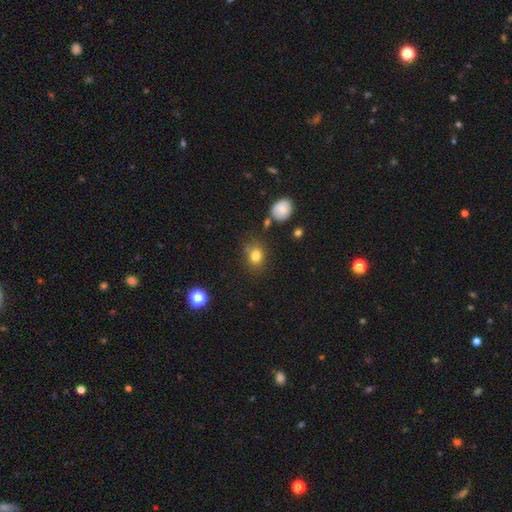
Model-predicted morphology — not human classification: type=smooth (79%); roundness=round (57%); merging=none (74%).